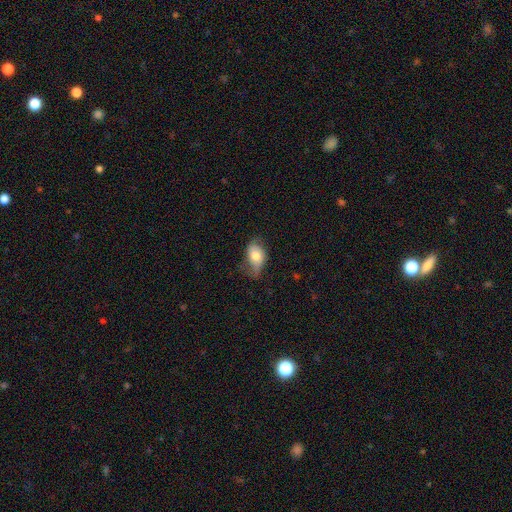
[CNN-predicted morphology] Q: Smooth or featured?
A: smooth (67%); runner-up: featured or disk (26%)
Q: How rounded?
A: in between (87%); runner-up: round (11%)
Q: Merging?
A: none (40%); runner-up: minor disturbance (39%)